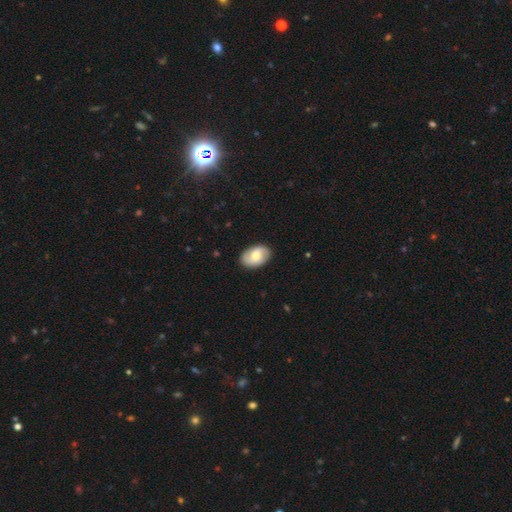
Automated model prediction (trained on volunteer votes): Smooth or featured? smooth (57%)
How rounded? in between (89%)
Merging? none (86%)